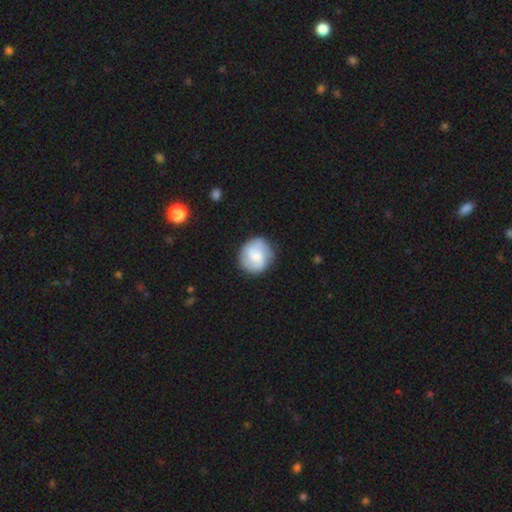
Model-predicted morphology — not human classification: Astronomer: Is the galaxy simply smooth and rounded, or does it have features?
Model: smooth — 54% (runner-up: featured or disk, 39%).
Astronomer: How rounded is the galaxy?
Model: round — 87%.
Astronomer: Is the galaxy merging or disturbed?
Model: none — 81%.